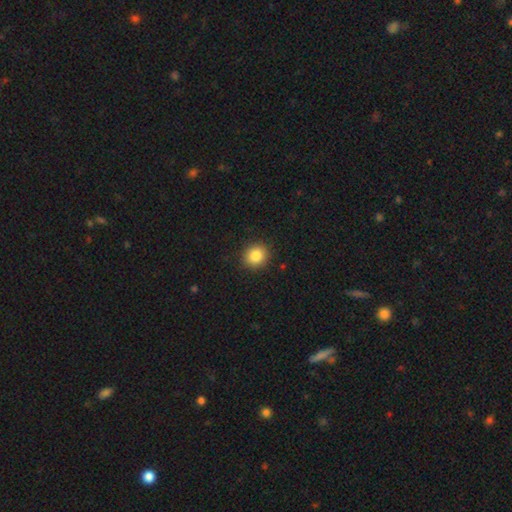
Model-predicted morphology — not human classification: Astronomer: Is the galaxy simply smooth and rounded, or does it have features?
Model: smooth — 85%.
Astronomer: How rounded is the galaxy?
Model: round — 85%.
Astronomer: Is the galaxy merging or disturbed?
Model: none — 90%.